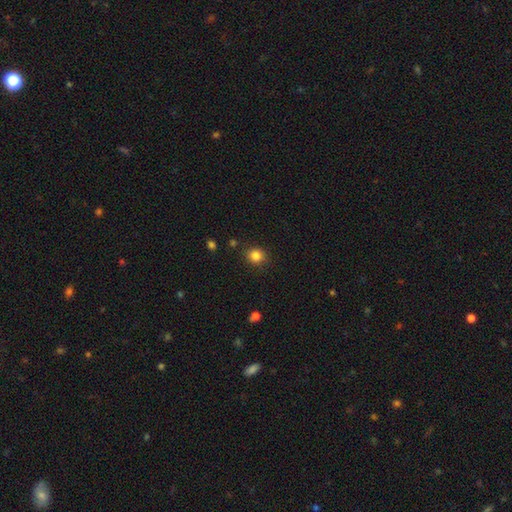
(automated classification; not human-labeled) Smooth or featured? Predicted: smooth (p=0.84). How rounded? Predicted: round (p=0.82). Merging? Predicted: none (p=0.87).